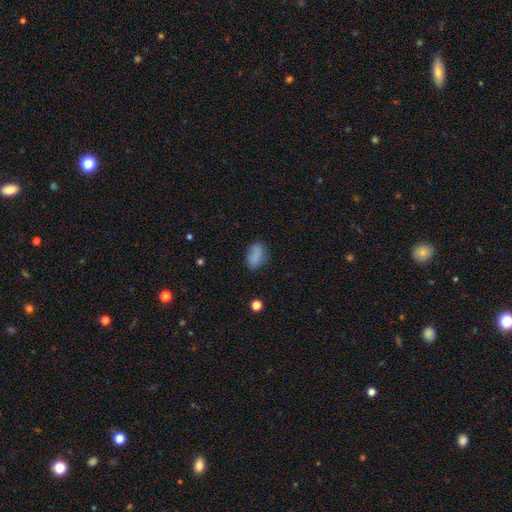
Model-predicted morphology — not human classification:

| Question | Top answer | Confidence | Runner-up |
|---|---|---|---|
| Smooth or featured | smooth | 84% | star or artifact (9%) |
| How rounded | in between | 88% | round (10%) |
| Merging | none | 75% | minor disturbance (18%) |